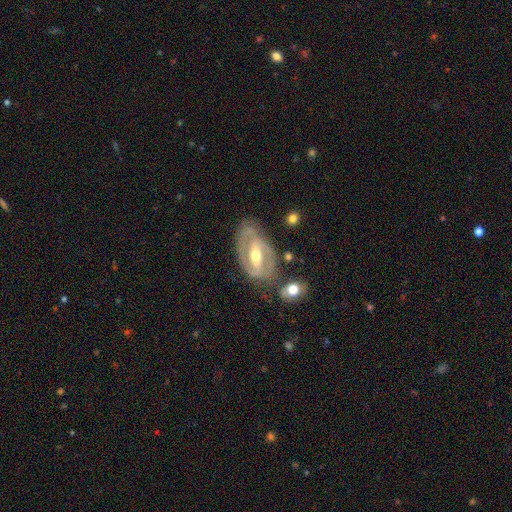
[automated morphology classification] This appears to be a featured or disk galaxy (86%) with a strong bar (51%), 2 (83%) tight (45%) spiral arms (91%) and a moderate central bulge (65%). Merging: none (65%).